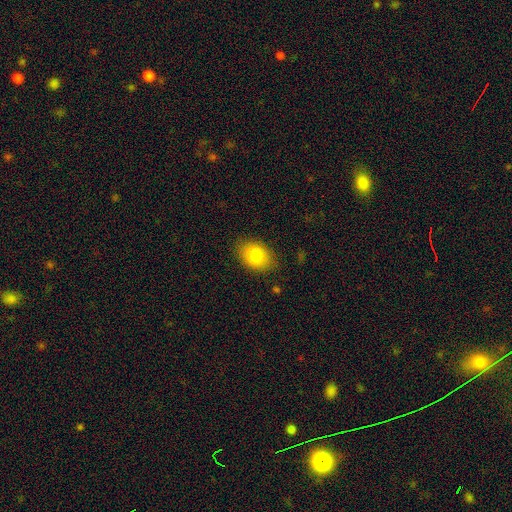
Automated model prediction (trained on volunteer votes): smooth 82%, featured or disk 9%, star or artifact 8%. Down the decision tree: how rounded — in between (74%); merging — none (84%).